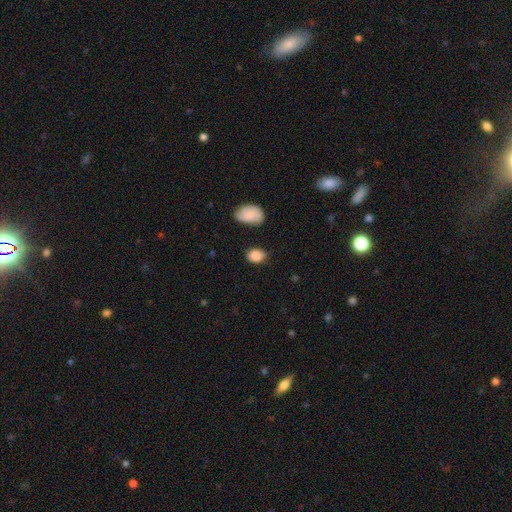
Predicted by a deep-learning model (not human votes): Q: Smooth or featured?
A: smooth (87%); runner-up: star or artifact (8%)
Q: How rounded?
A: in between (63%); runner-up: round (36%)
Q: Merging?
A: none (74%); runner-up: minor disturbance (18%)